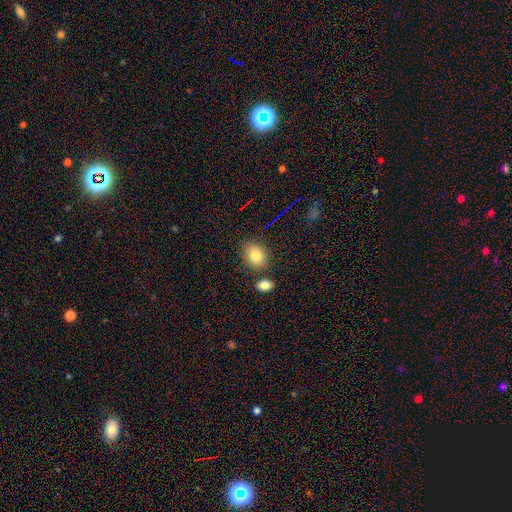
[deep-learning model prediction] Smooth or featured? Predicted: smooth (p=0.81). How rounded? Predicted: in between (p=0.66). Merging? Predicted: none (p=0.76).